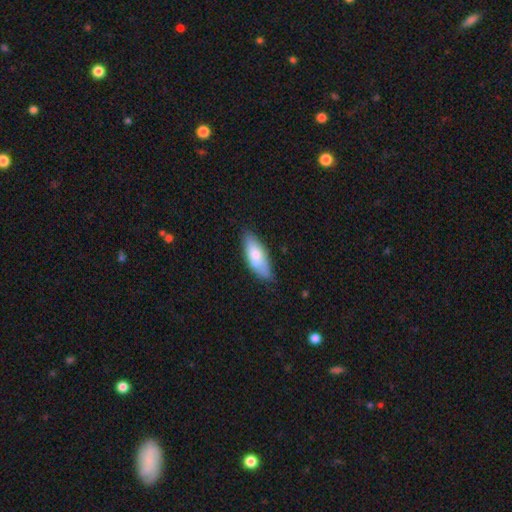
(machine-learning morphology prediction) smooth 74%, featured or disk 20%, star or artifact 6%. Down the decision tree: how rounded — in between (73%); merging — none (70%).